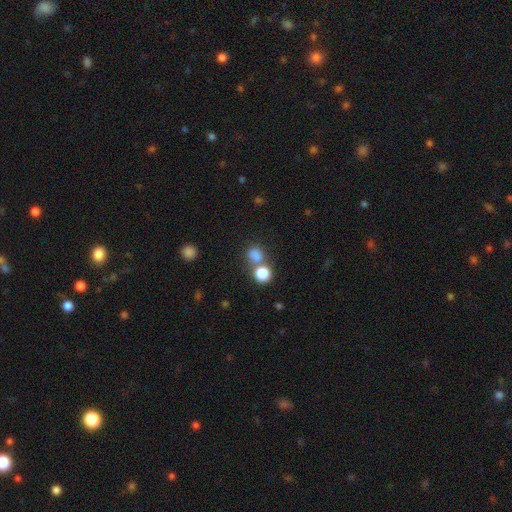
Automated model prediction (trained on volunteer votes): smooth-or-featured: smooth: 77% | star or artifact: 17% | featured or disk: 6%
  how-rounded: round: 75% | in between: 24% | cigar-shaped: 1%
  merging: none: 54% | merger: 31% | minor disturbance: 10% | major disturbance: 5%